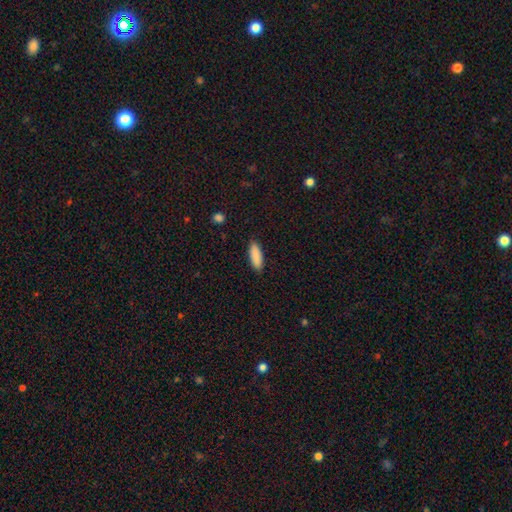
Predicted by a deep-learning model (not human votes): Smooth or featured? Predicted: smooth (p=0.90). How rounded? Predicted: in between (p=0.65). Merging? Predicted: none (p=0.90).